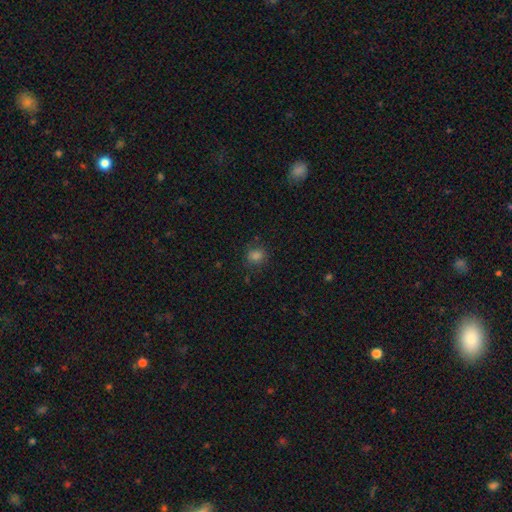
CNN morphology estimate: Smooth or featured: smooth — 80% (star or artifact — 15%)
How rounded: round — 76% (in between — 23%)
Merging: none — 79% (minor disturbance — 14%)